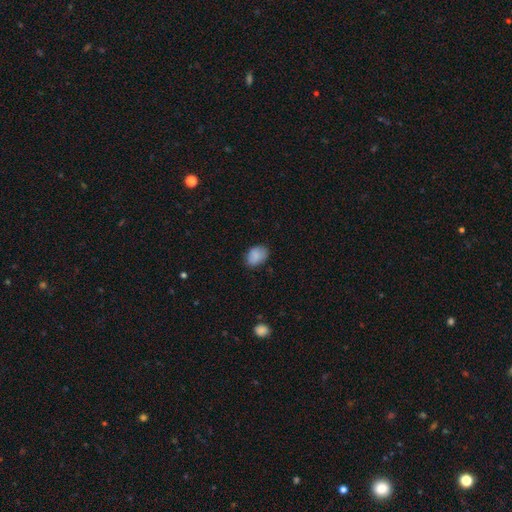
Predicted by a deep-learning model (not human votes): Smooth or featured? smooth (85%)
How rounded? in between (76%)
Merging? none (75%)